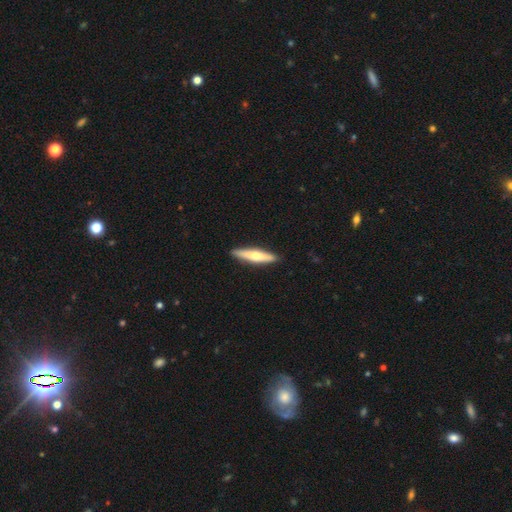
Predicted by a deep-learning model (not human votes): smooth_or_featured: smooth (p=0.52) [alt: featured or disk p=0.43]
how_rounded: cigar-shaped (p=0.85) [alt: in between p=0.14]
merging: none (p=0.90) [alt: minor disturbance p=0.07]